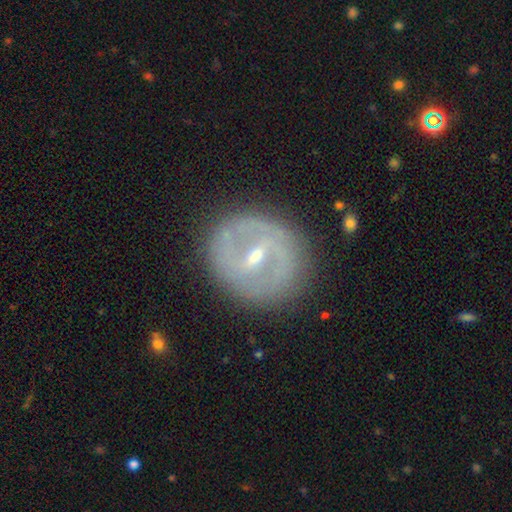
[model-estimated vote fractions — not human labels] A featured or disk galaxy (76%) with a weak bar (44%, tied with strong), spiral arms (59%) and a small central bulge (51%). Merging: none (81%).